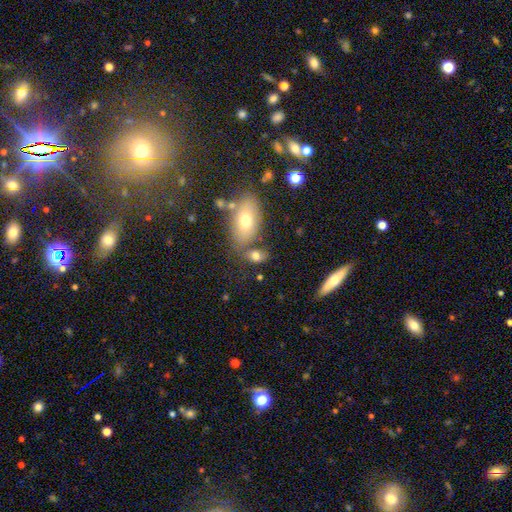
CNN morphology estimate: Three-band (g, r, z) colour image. It shows a smooth galaxy with no disk features (75%) that is in between round and cigar-shaped (82%). Merging: none (55%).